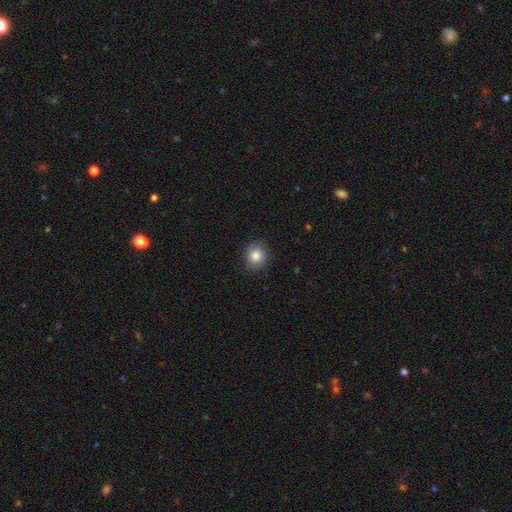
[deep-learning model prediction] Smooth or featured?
  - smooth: 84% *
  - star or artifact: 9%
  - featured or disk: 7%
How rounded?
  - round: 71% *
  - in between: 28%
  - cigar-shaped: 1%
Merging?
  - none: 86% *
  - minor disturbance: 10%
  - major disturbance: 3%
  - merger: 1%